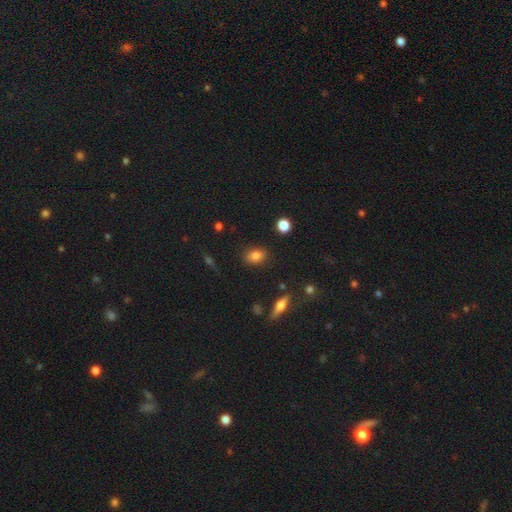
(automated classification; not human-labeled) Morphology: type=smooth (82%); roundness=in between (75%); merging=none (85%).